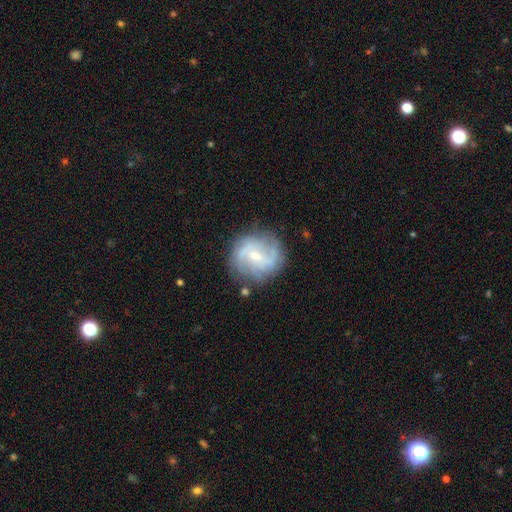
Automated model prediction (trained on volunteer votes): This is clearly a featured or disk galaxy (80%). It is clearly not viewed edge-on (98%). Bar: possibly weak (51%). Spiral arm pattern: clearly yes (94%). Spiral arm count: possibly 2 (51%). Spiral winding: marginally medium (45%). Central bulge: likely small (60%). Merging: likely none (77%).